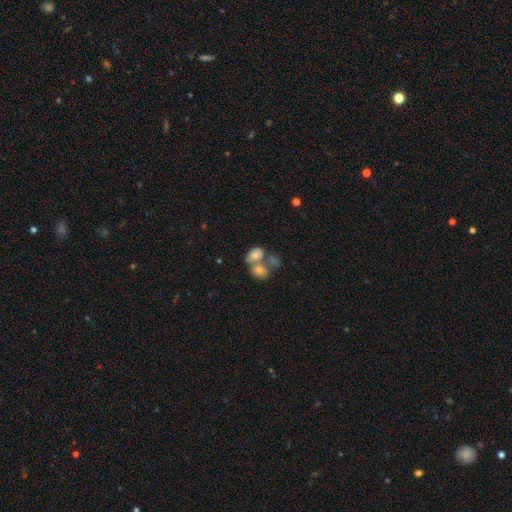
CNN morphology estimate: smooth-or-featured: smooth: 72% | featured or disk: 17% | star or artifact: 10%
  how-rounded: in between: 78% | round: 20% | cigar-shaped: 1%
  merging: merger: 61% | none: 23% | minor disturbance: 10% | major disturbance: 7%